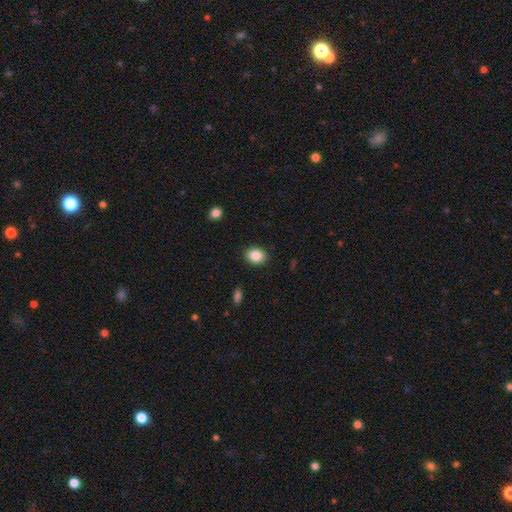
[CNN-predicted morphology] Smooth or featured: smooth — 86% (star or artifact — 9%)
How rounded: in between — 58% (round — 41%)
Merging: none — 89% (minor disturbance — 8%)